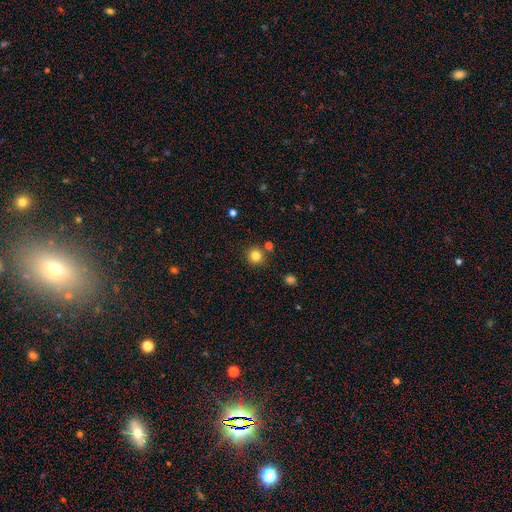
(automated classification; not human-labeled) Smooth or featured?
  - smooth: 83% *
  - star or artifact: 12%
  - featured or disk: 5%
How rounded?
  - round: 94% *
  - in between: 5%
  - cigar-shaped: 1%
Merging?
  - none: 84% *
  - merger: 7%
  - minor disturbance: 7%
  - major disturbance: 2%